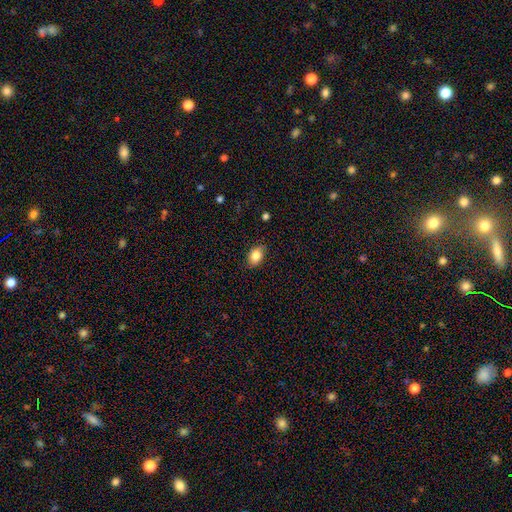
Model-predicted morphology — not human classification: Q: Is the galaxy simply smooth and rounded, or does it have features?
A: smooth — 85%.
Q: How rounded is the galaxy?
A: in between — 81%.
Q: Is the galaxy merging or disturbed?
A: none — 83%.